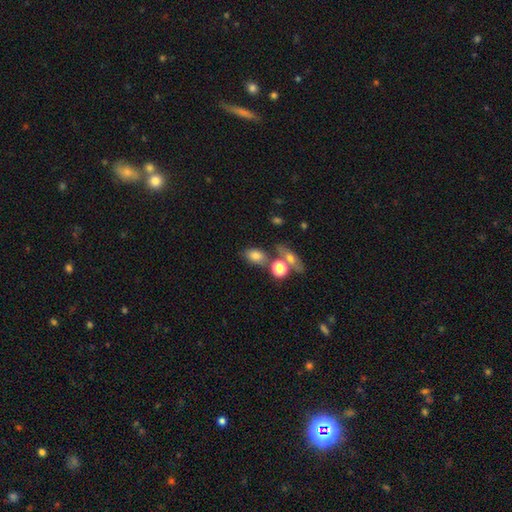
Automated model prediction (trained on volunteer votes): The model was most divided on "merging": none: 58%, merger: 22%, minor disturbance: 14%, major disturbance: 6%. More confident: how rounded — in between (77%); smooth or featured — smooth (77%).